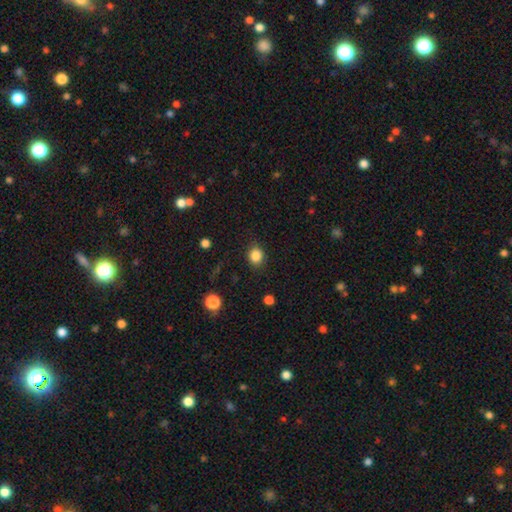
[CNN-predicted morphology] Smooth or featured: smooth — 85% (star or artifact — 10%)
How rounded: round — 64% (in between — 35%)
Merging: none — 83% (minor disturbance — 12%)